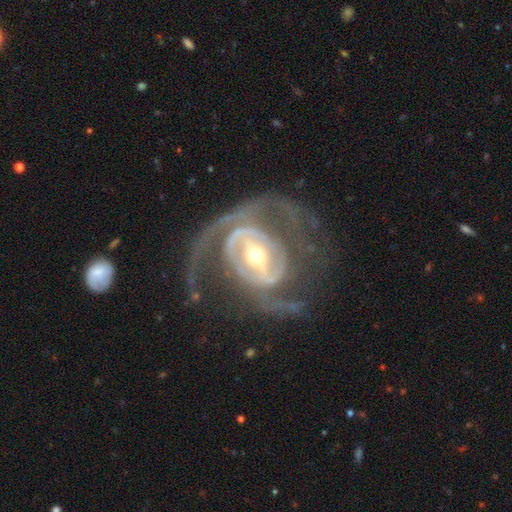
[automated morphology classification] Smooth or featured? Predicted: featured or disk (p=0.88). Edge-on disk? Predicted: no (p=0.96). Bar? Predicted: strong (p=0.50). Spiral arms? Predicted: yes (p=0.85). Spiral winding? Predicted: medium (p=0.47). Spiral arm count? Predicted: 2 (p=0.69). Bulge size? Predicted: small (p=0.46, tied with moderate). Merging? Predicted: none (p=0.54).